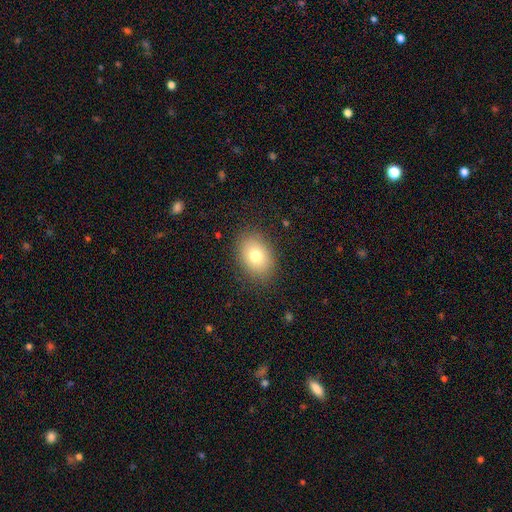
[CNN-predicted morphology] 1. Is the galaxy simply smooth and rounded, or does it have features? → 76% smooth, 14% featured or disk, 9% star or artifact.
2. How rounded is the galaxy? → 74% in between, 25% round, 1% cigar-shaped.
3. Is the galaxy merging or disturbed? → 85% none, 11% minor disturbance, 3% major disturbance, 1% merger.